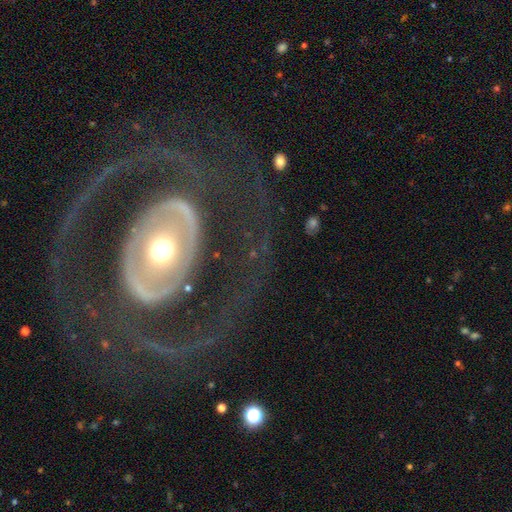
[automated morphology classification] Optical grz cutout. It shows a featured or disk galaxy (83%) with no bar (64%), 2 (71%) medium (40%) spiral arms (64%) and a moderate central bulge (64%). Merging: none (73%).